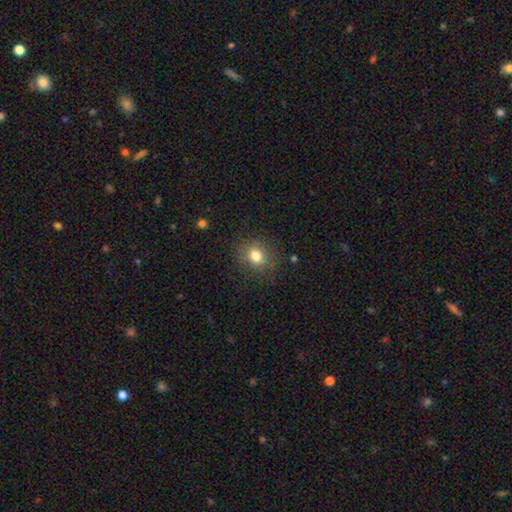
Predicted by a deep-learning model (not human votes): The model was most divided on "how rounded": round: 70%, in between: 29%, cigar-shaped: 1%. More confident: merging — none (84%); smooth or featured — smooth (79%).